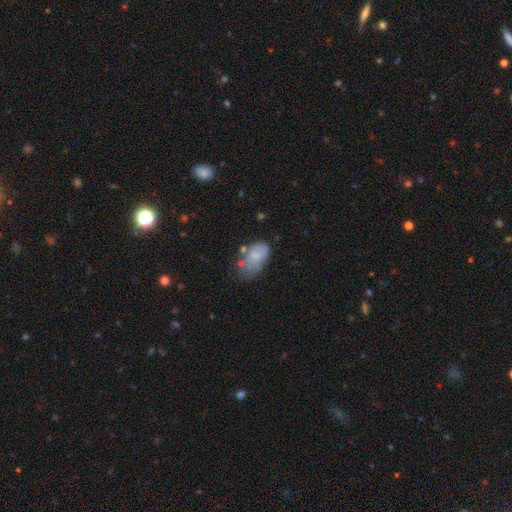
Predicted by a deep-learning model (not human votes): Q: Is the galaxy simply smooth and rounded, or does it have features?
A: smooth — 73%.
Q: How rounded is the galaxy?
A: in between — 91%.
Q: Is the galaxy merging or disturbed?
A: none — 37%.